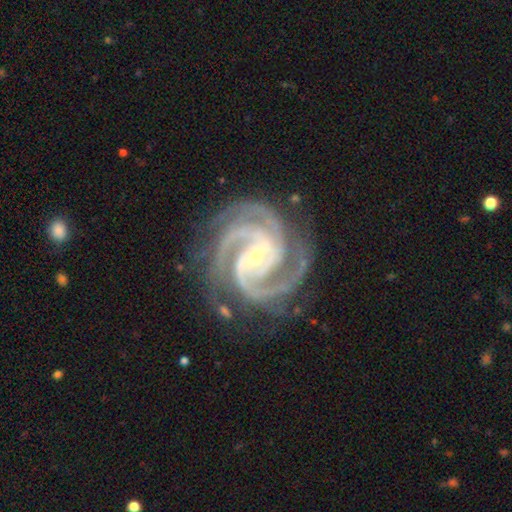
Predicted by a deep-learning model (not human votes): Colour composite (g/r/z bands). It shows a featured or disk galaxy (94%) with a weak bar (40%), 3 (48%) tight (63%) spiral arms (99%) and a small central bulge (69%). Merging: none (77%).